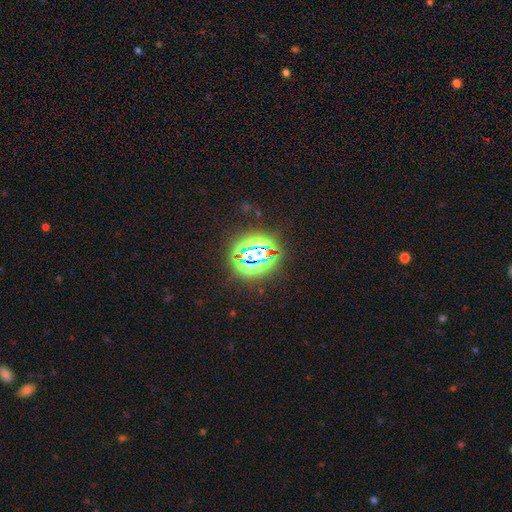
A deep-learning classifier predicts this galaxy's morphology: This appears to be a star or artifact, not a galaxy (75%).